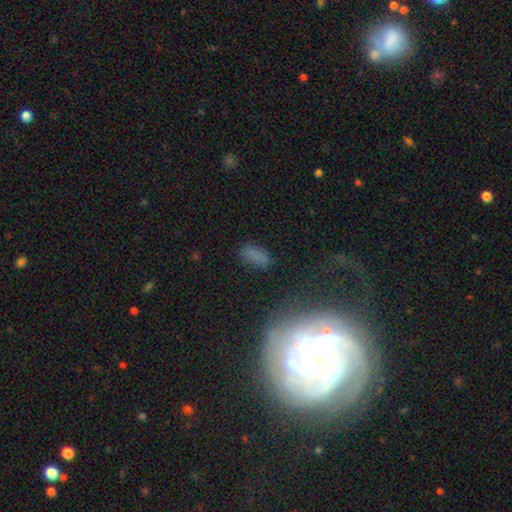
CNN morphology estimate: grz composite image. It shows a smooth galaxy with no disk features (70%) that is in between round and cigar-shaped (82%). Merging: none (76%).